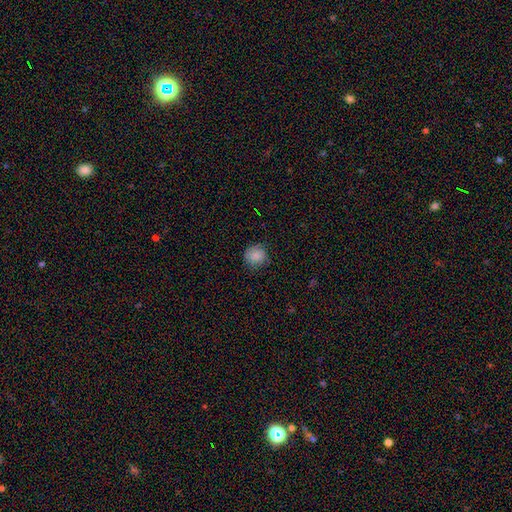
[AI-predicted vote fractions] Smooth or featured? Predicted: smooth (p=0.84). How rounded? Predicted: round (p=0.85). Merging? Predicted: none (p=0.77).